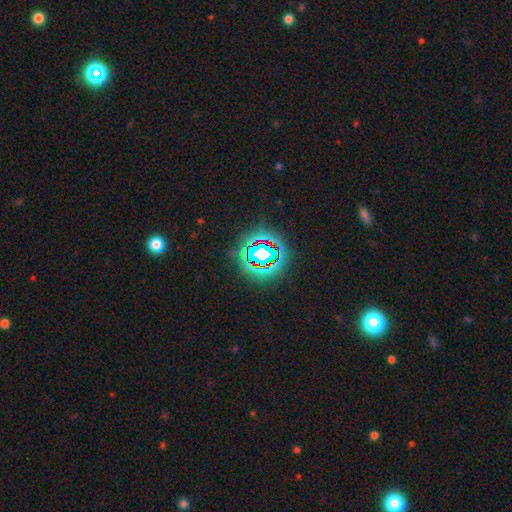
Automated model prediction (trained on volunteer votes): A star or artifact, not a galaxy (77%).